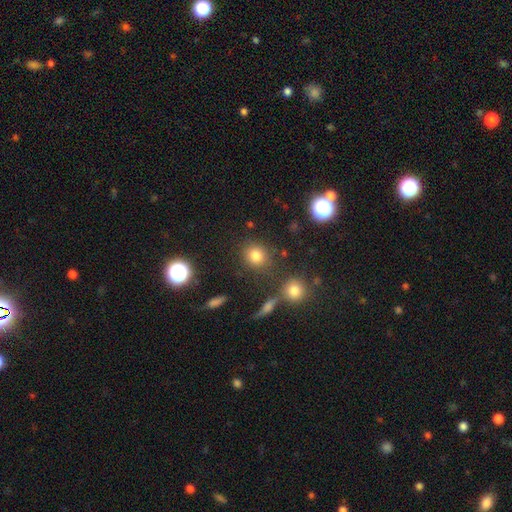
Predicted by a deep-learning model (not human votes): A smooth galaxy with no disk features (77%) that is round (80%). Merging: none (79%).